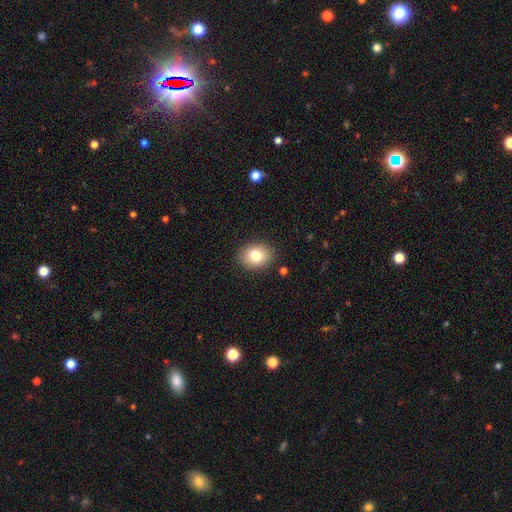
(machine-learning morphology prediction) This is likely a smooth galaxy (80%). How rounded: possibly in between (53%). Merging: clearly none (88%).